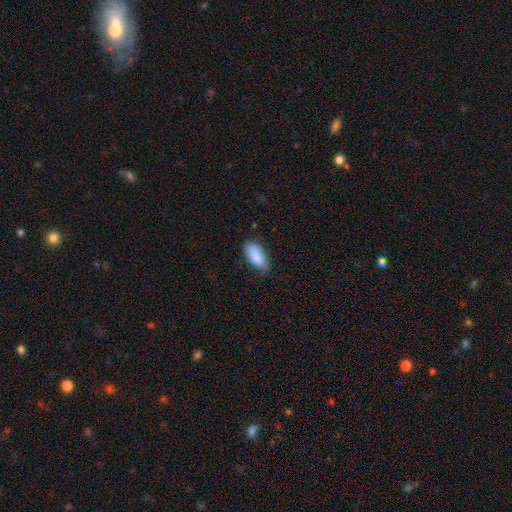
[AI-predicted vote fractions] The model was most divided on "merging": none: 78%, minor disturbance: 18%, major disturbance: 3%, merger: 1%. More confident: how rounded — in between (91%); smooth or featured — smooth (90%).